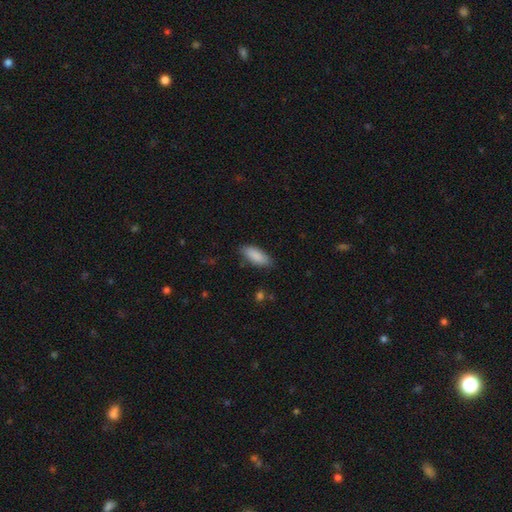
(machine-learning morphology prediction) Overall: smooth (89%). How rounded: in between (75%). Merging: none (83%).